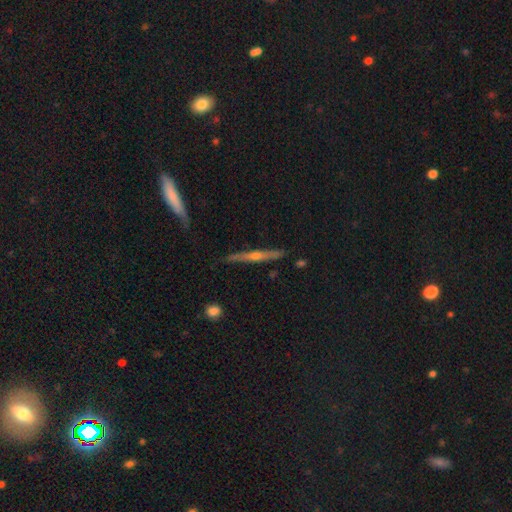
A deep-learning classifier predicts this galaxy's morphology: A featured or disk galaxy (70%) viewed edge-on (97%) with a rounded central bulge (80%).

Vote fractions:
- Smooth or featured? featured or disk: 70% / smooth: 24% / star or artifact: 6%
- Edge-on disk? yes: 97% / no: 3%
- Edge-on bulge? rounded: 80% / none: 16% / boxy: 4%
- Merging? none: 86% / minor disturbance: 10% / merger: 2% / major disturbance: 2%